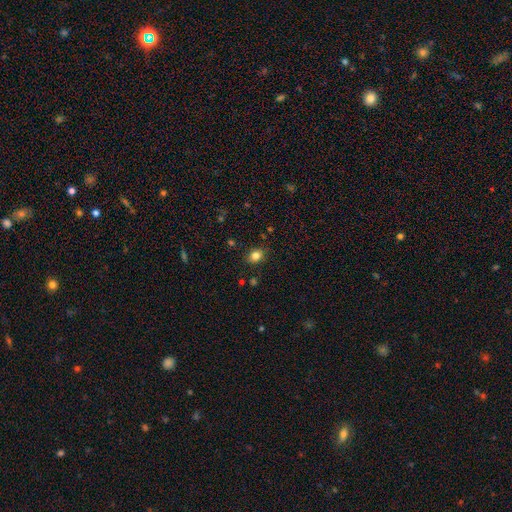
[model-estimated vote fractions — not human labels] The model was most divided on "how rounded": in between: 52%, round: 47%, cigar-shaped: 1%. More confident: merging — none (85%); smooth or featured — smooth (81%).